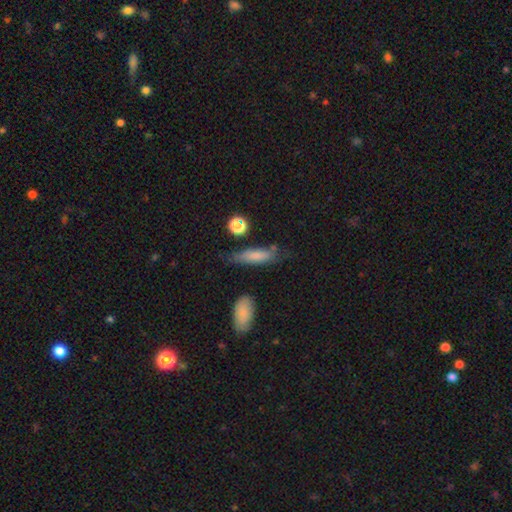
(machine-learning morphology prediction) This appears to be a smooth galaxy with no disk features (75%) that is cigar-shaped (64%). Merging: none (61%).